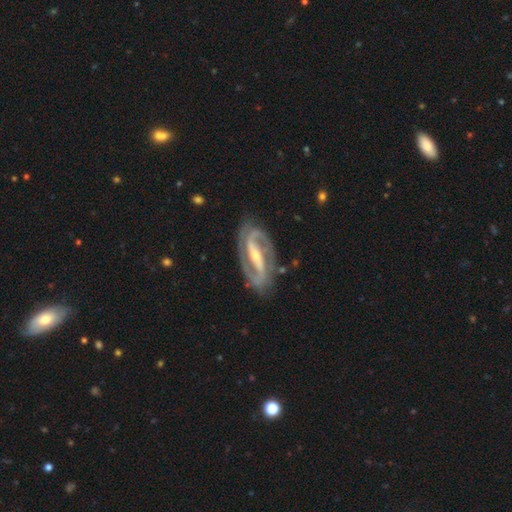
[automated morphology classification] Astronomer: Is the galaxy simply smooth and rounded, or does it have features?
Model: featured or disk — 93%.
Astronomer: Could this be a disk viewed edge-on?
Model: no — 95%.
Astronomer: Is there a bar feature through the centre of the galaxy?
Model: strong — 66%.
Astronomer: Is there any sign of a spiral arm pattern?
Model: yes — 98%.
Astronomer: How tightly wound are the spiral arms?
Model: medium — 52% (runner-up: tight, 35%).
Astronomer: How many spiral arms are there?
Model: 2 — 94%.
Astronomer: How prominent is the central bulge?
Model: small — 51% (runner-up: moderate, 45%).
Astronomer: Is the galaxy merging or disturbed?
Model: none — 82%.